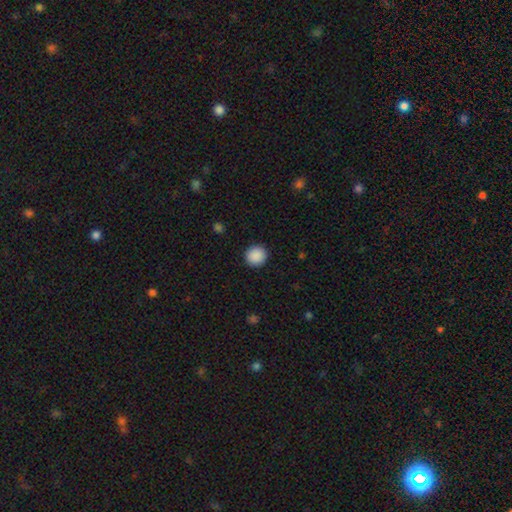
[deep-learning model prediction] The model was most divided on "smooth or featured": smooth: 90%, star or artifact: 8%, featured or disk: 2%. More confident: how rounded — round (93%); merging — none (92%).